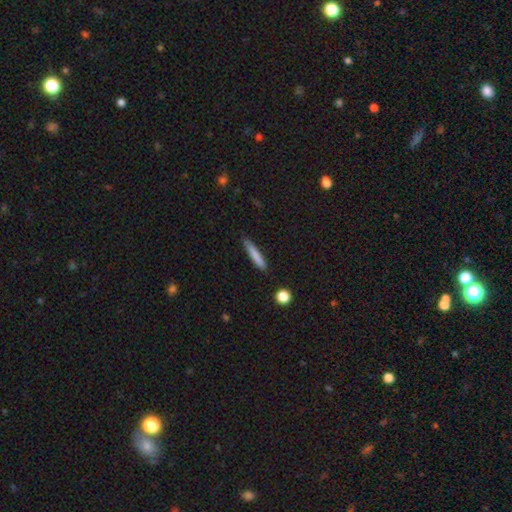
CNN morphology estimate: This appears to be a smooth galaxy with no disk features (80%) that is cigar-shaped (92%). Merging: none (83%).